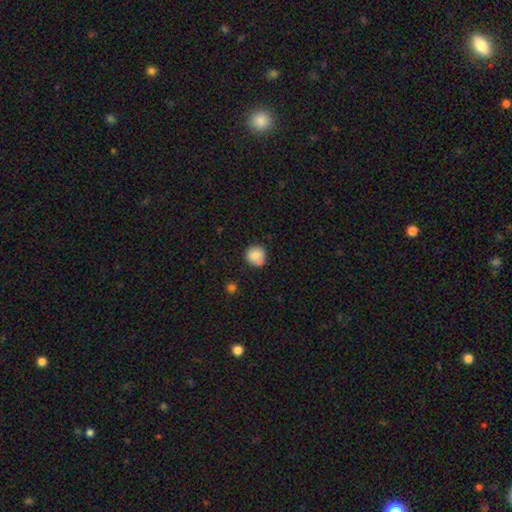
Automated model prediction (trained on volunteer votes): smooth_or_featured: smooth (p=0.82) [alt: featured or disk p=0.10]
how_rounded: round (p=0.91) [alt: in between p=0.08]
merging: none (p=0.69) [alt: merger p=0.14]